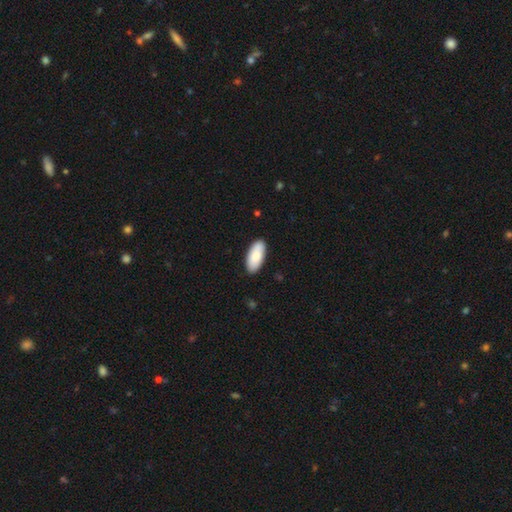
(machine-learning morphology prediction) Smooth or featured: smooth — 86% (featured or disk — 9%)
How rounded: in between — 90% (cigar-shaped — 8%)
Merging: none — 89% (minor disturbance — 9%)